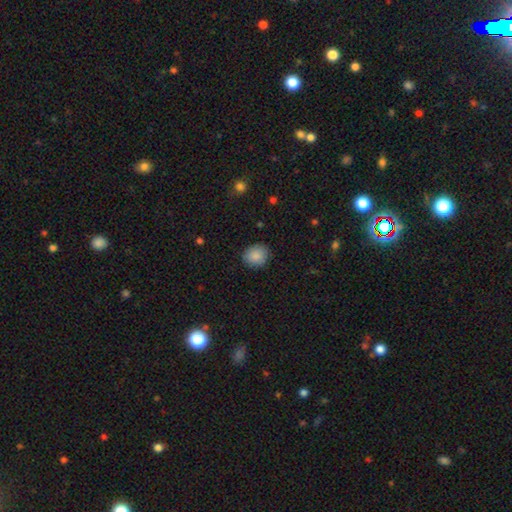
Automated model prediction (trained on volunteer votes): Overall: smooth (88%). How rounded: round (66%; in between 33%). Merging: none (86%).